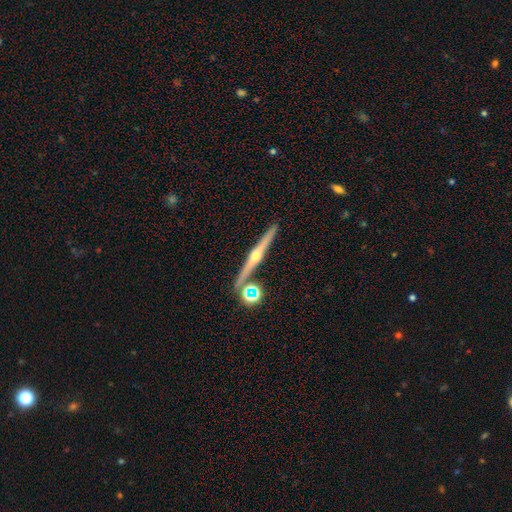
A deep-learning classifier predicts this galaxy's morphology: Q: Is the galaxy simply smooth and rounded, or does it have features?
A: featured or disk — 83%.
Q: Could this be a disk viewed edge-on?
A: yes — 98%.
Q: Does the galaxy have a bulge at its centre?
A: rounded — 93%.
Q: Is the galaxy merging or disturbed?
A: none — 86%.